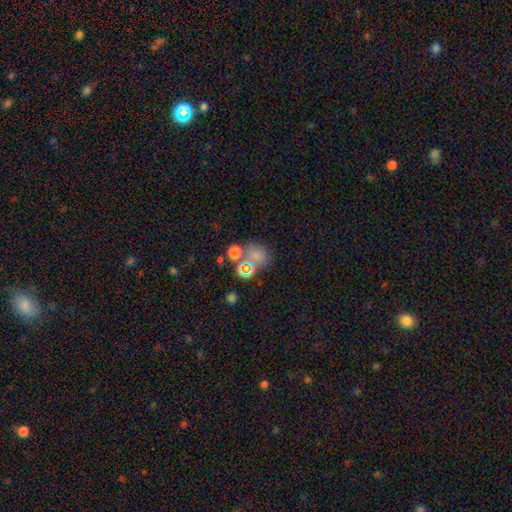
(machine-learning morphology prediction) Smooth or featured? Predicted: smooth (p=0.67). How rounded? Predicted: round (p=0.68). Merging? Predicted: none (p=0.51).